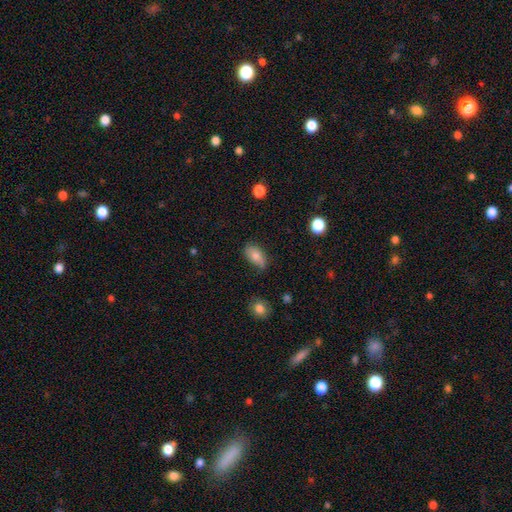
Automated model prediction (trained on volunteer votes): Smooth or featured?
  - smooth: 76% *
  - featured or disk: 16%
  - star or artifact: 9%
How rounded?
  - in between: 89% *
  - round: 7%
  - cigar-shaped: 4%
Merging?
  - none: 59% *
  - minor disturbance: 31%
  - major disturbance: 7%
  - merger: 3%